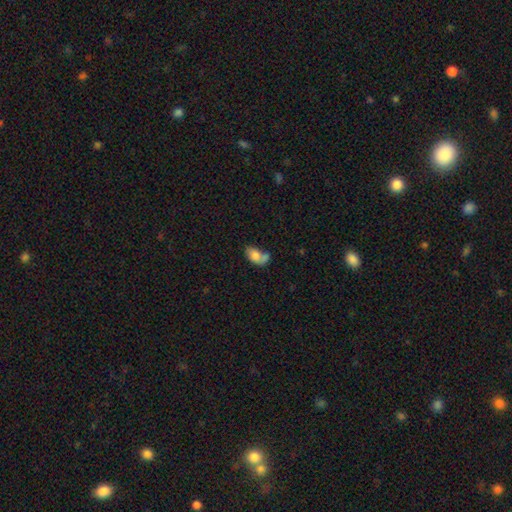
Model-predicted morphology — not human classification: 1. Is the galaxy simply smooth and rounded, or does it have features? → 72% smooth, 20% featured or disk, 9% star or artifact.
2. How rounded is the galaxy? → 88% in between, 9% round, 2% cigar-shaped.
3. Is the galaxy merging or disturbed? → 35% merger, 30% none, 21% minor disturbance, 14% major disturbance.